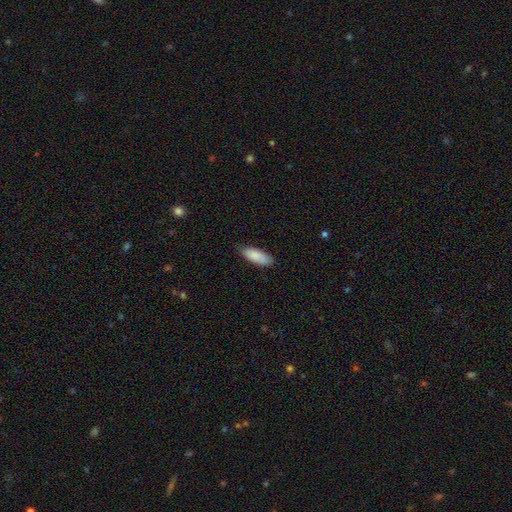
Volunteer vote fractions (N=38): smooth_or_featured: smooth (p=0.79) [alt: featured or disk p=0.11]
how_rounded: in between (p=0.77) [alt: cigar-shaped p=0.23]
merging: none (p=0.71) [alt: minor disturbance p=0.29]